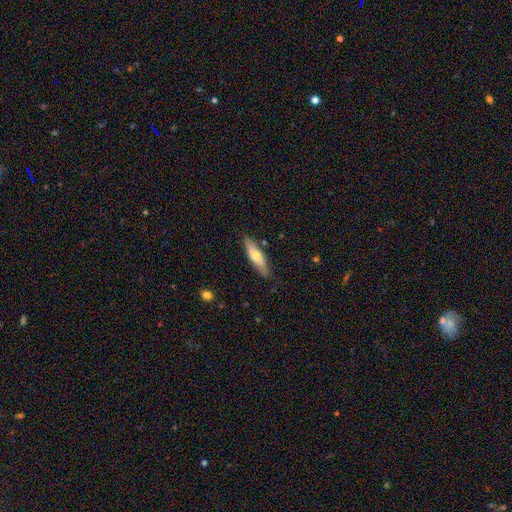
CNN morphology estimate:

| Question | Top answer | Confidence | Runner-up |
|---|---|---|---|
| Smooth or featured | smooth | 60% | featured or disk (34%) |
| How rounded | cigar-shaped | 61% | in between (37%) |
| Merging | none | 83% | minor disturbance (13%) |